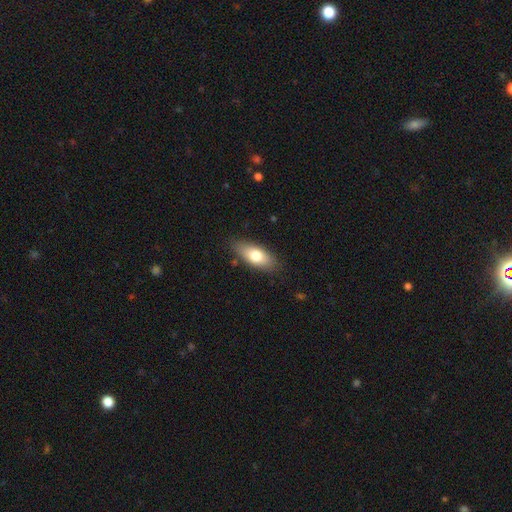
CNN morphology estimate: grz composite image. It shows a smooth galaxy with no disk features (74%) that is in between round and cigar-shaped (79%). Merging: none (82%).